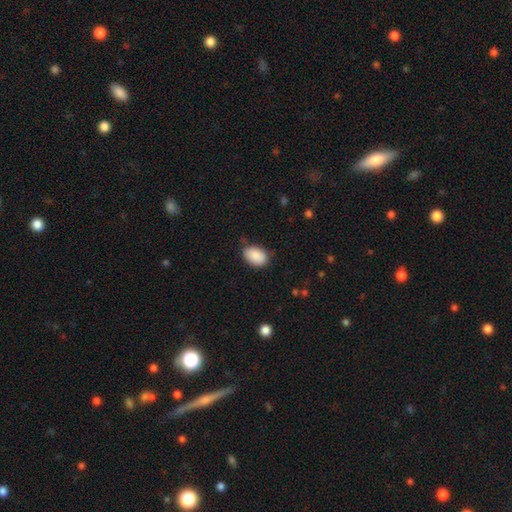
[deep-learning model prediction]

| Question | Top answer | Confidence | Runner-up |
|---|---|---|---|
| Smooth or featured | smooth | 90% | star or artifact (7%) |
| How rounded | in between | 87% | round (12%) |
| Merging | none | 78% | minor disturbance (17%) |